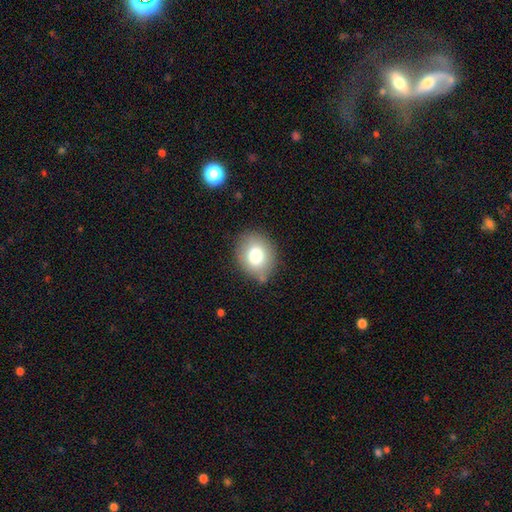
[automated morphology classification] Q: Smooth or featured?
A: smooth (77%); runner-up: featured or disk (13%)
Q: How rounded?
A: round (55%); runner-up: in between (44%)
Q: Merging?
A: none (80%); runner-up: minor disturbance (14%)